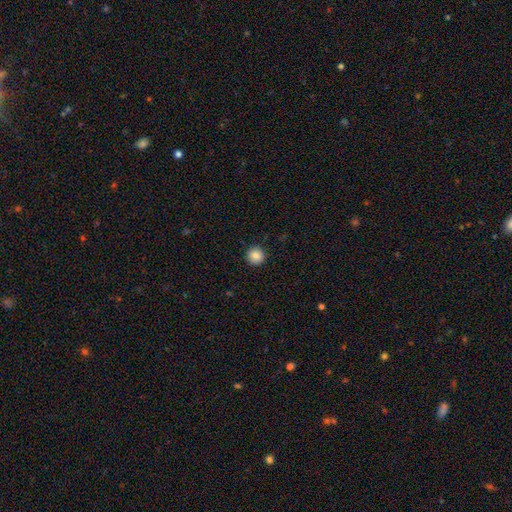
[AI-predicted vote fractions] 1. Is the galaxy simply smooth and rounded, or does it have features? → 86% smooth, 9% star or artifact, 5% featured or disk.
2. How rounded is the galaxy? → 95% round, 4% in between, 1% cigar-shaped.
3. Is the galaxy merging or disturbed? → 93% none, 5% minor disturbance, 2% major disturbance, 1% merger.